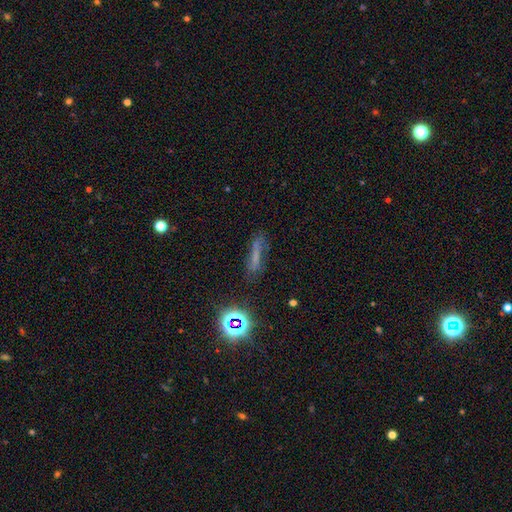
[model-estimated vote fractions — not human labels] This is possibly a smooth galaxy (47%). Merging: likely none (62%).